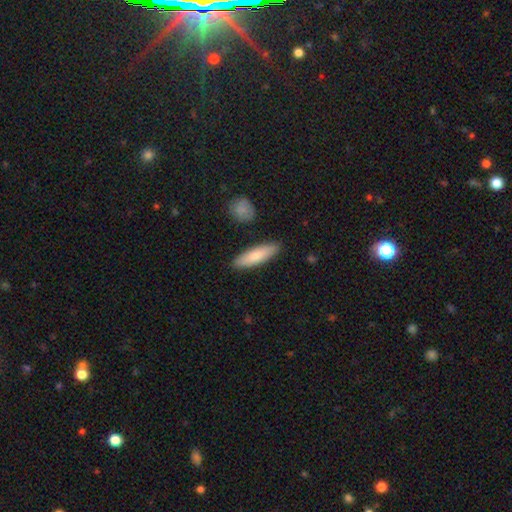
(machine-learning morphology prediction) Q: Smooth or featured?
A: smooth (77%); runner-up: featured or disk (18%)
Q: How rounded?
A: cigar-shaped (60%); runner-up: in between (38%)
Q: Merging?
A: none (88%); runner-up: minor disturbance (8%)